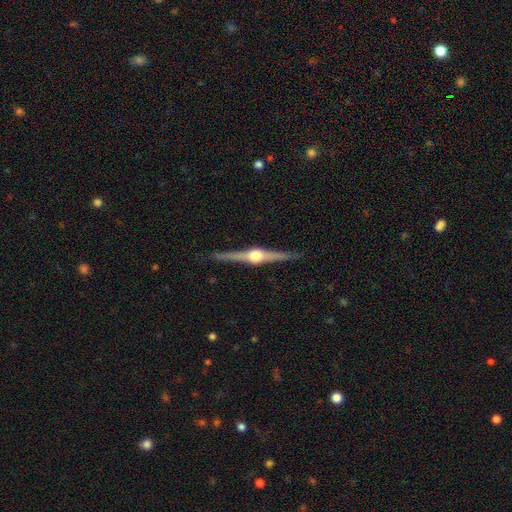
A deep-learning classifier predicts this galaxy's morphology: smooth_or_featured: featured or disk (p=0.88) [alt: smooth p=0.07]
disk_edge_on: yes (p=0.99) [alt: no p=0.01]
edge_on_bulge: rounded (p=0.95) [alt: boxy p=0.03]
merging: none (p=0.90) [alt: minor disturbance p=0.07]